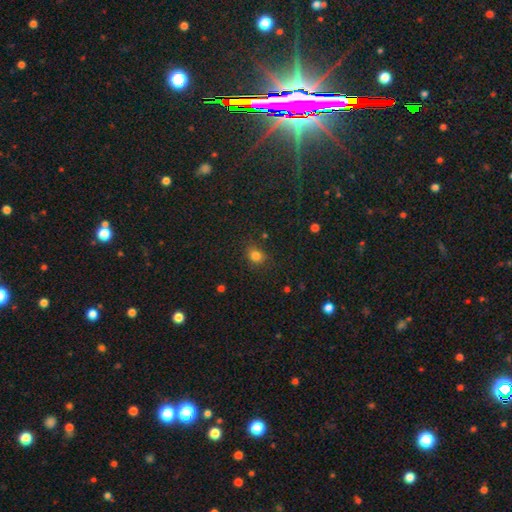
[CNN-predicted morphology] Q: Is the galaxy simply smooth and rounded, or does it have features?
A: smooth — 79%.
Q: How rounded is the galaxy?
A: round — 60%.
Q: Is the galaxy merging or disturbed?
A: none — 80%.